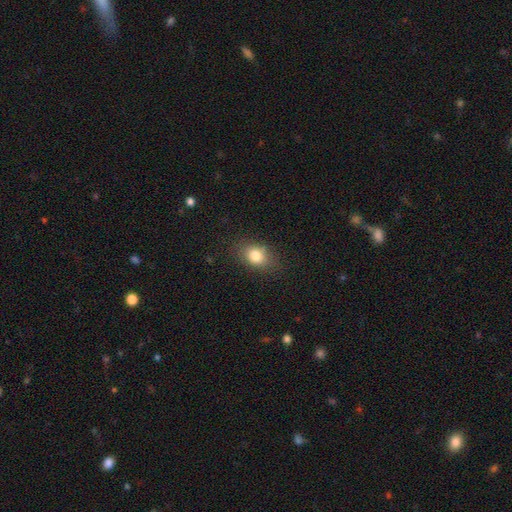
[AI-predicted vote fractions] A smooth galaxy with no disk features (81%) that is in between round and cigar-shaped (70%).

Vote fractions:
- Smooth or featured? smooth: 81% / star or artifact: 10% / featured or disk: 9%
- How rounded? in between: 70% / round: 29% / cigar-shaped: 2%
- Merging? none: 82% / minor disturbance: 13% / major disturbance: 4% / merger: 1%